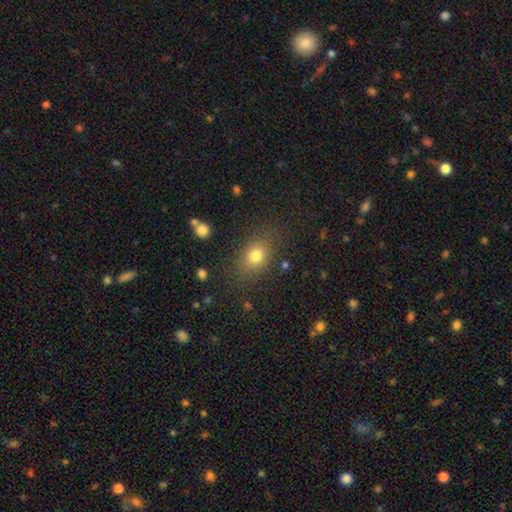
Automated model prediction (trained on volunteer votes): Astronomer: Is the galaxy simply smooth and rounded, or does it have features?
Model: smooth — 77%.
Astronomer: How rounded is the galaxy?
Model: in between — 63%.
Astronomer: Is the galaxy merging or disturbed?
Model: none — 77%.